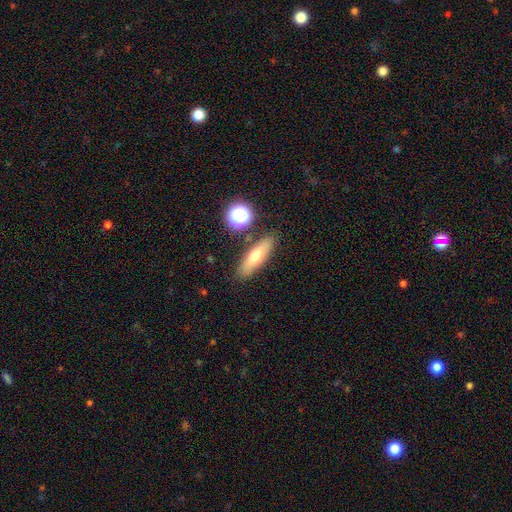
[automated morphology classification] smooth-or-featured: smooth: 64% | featured or disk: 27% | star or artifact: 9%
  how-rounded: cigar-shaped: 59% | in between: 36% | round: 5%
  merging: none: 83% | minor disturbance: 10% | merger: 4% | major disturbance: 3%